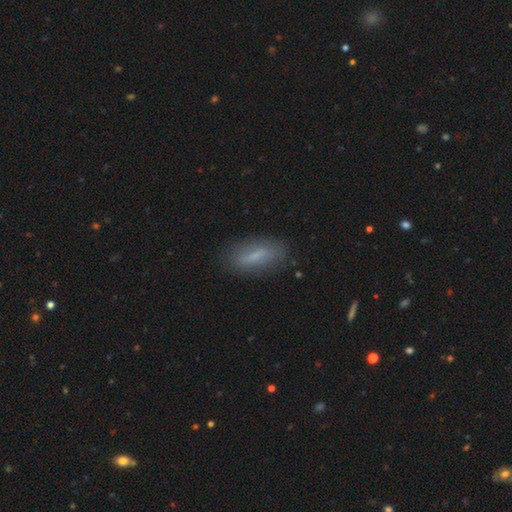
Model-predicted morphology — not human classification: Smooth or featured? smooth (64%)
How rounded? in between (57%)
Merging? none (81%)